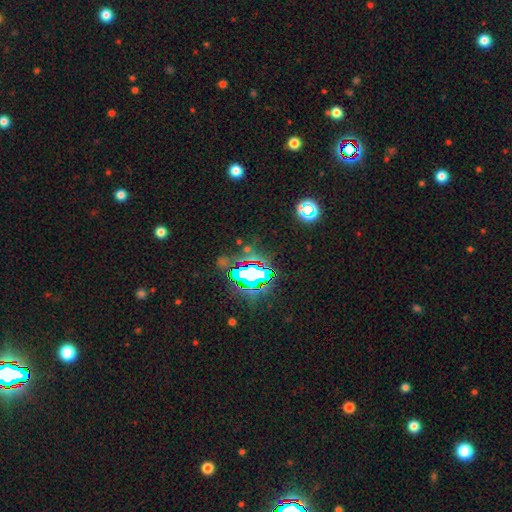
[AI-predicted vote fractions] Smooth or featured? Predicted: star or artifact (p=0.82).